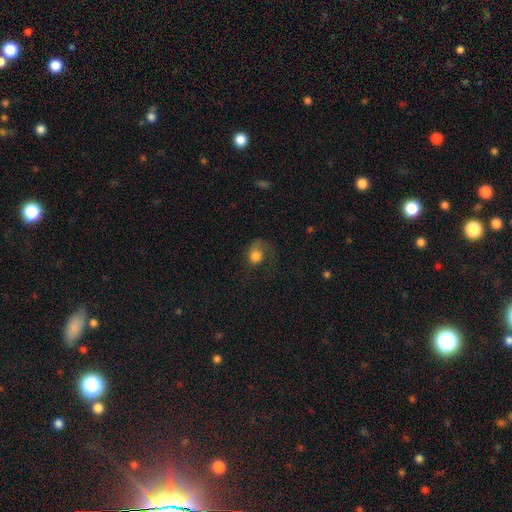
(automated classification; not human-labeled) This is likely a smooth galaxy (69%). How rounded: likely round (64%). Merging: marginally major disturbance (38%, tied with none).